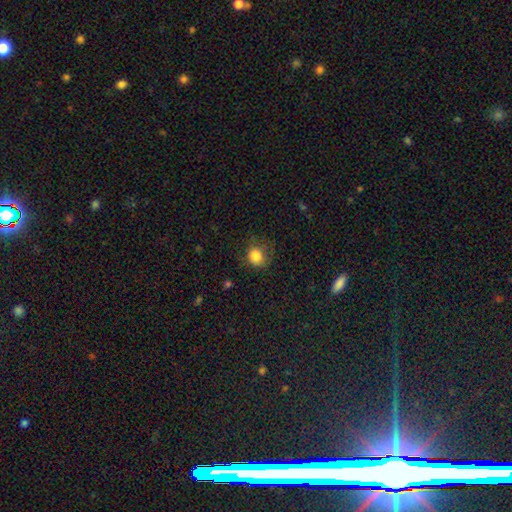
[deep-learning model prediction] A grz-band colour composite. It shows a smooth galaxy with no disk features (83%) that is round (82%). Merging: none (62%).